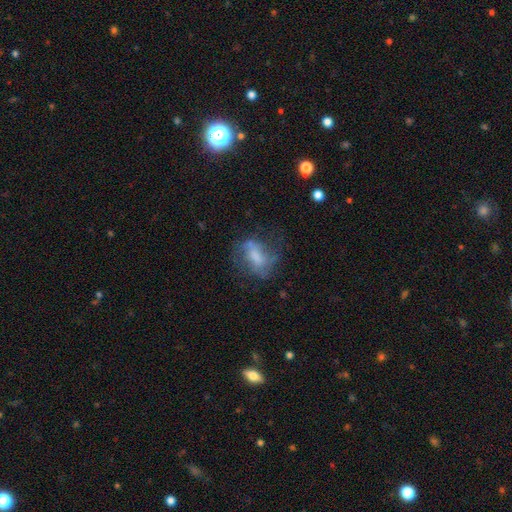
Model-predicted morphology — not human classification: The model was most divided on "smooth or featured": featured or disk: 49%, smooth: 40%, star or artifact: 11%. Remaining: merging — none (47%).